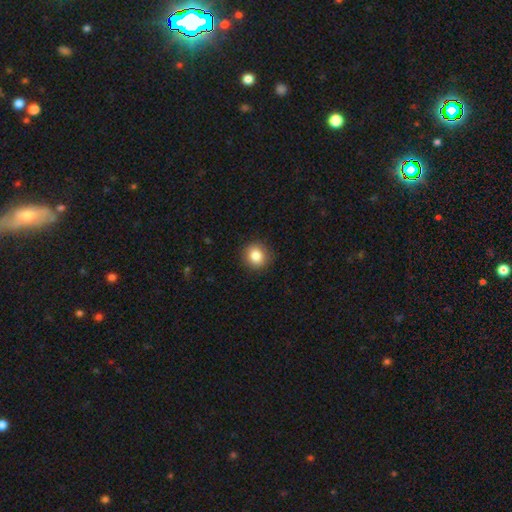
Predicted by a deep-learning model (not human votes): Smooth or featured?
  - smooth: 85% *
  - star or artifact: 9%
  - featured or disk: 6%
How rounded?
  - round: 84% *
  - in between: 15%
  - cigar-shaped: 1%
Merging?
  - none: 88% *
  - minor disturbance: 9%
  - major disturbance: 2%
  - merger: 1%